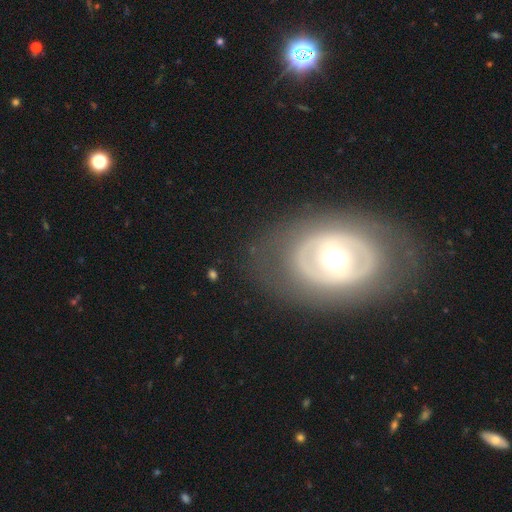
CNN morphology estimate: A featured or disk galaxy (69%) with no bar (75%), no spiral arms (71%) and a moderate central bulge (66%). Merging: none (81%).